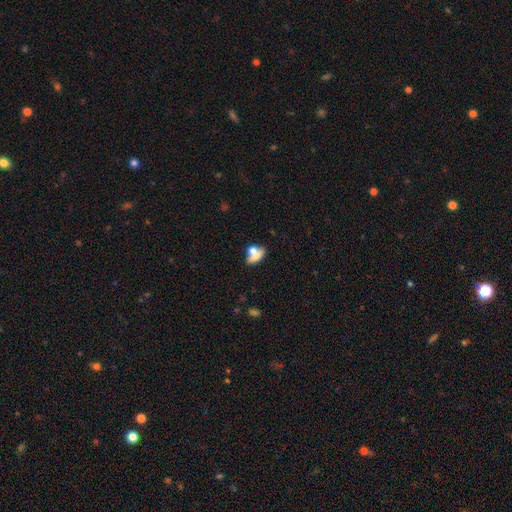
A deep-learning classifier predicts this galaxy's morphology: smooth-or-featured: smooth: 60% | featured or disk: 30% | star or artifact: 10%
  how-rounded: in between: 71% | round: 18% | cigar-shaped: 12%
  merging: merger: 46% | none: 36% | minor disturbance: 11% | major disturbance: 7%